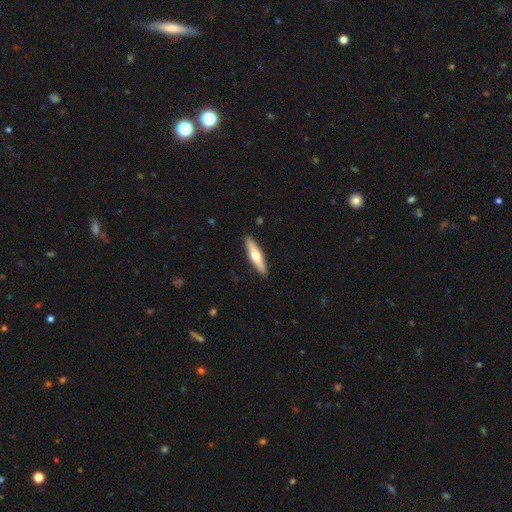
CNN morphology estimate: Smooth or featured?
  - smooth: 48% *
  - featured or disk: 47%
  - star or artifact: 5%
Merging?
  - none: 91% *
  - minor disturbance: 7%
  - major disturbance: 1%
  - merger: 1%